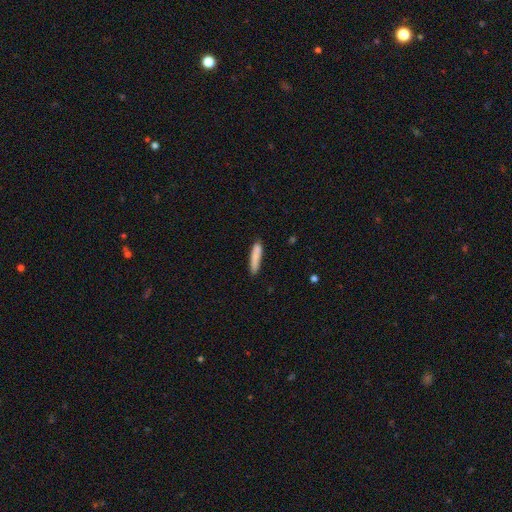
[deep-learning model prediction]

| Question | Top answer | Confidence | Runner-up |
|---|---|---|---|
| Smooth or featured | smooth | 81% | featured or disk (13%) |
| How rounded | cigar-shaped | 85% | in between (13%) |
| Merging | none | 76% | minor disturbance (17%) |